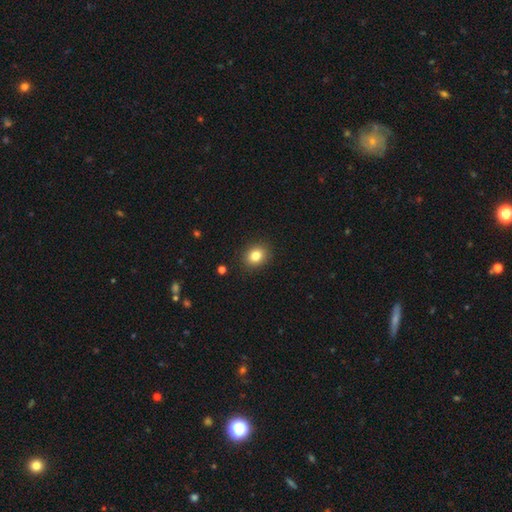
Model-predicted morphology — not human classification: smooth 82%, star or artifact 11%, featured or disk 7%. Down the decision tree: how rounded — round (64%); merging — none (90%).